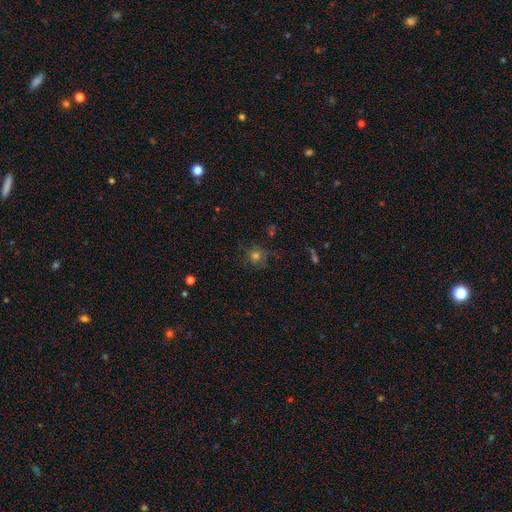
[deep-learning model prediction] A smooth galaxy with no disk features (63%) that is round (87%).

Vote fractions:
- Smooth or featured? smooth: 63% / star or artifact: 21% / featured or disk: 16%
- How rounded? round: 87% / in between: 12% / cigar-shaped: 1%
- Merging? none: 70% / minor disturbance: 18% / major disturbance: 9% / merger: 3%